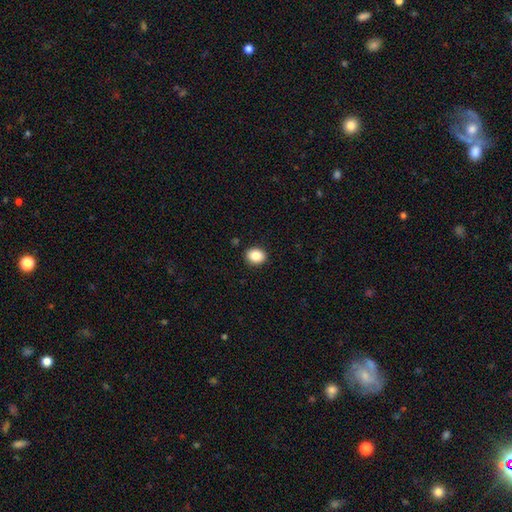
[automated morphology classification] smooth 87%, star or artifact 8%, featured or disk 5%. Down the decision tree: how rounded — round (53%); merging — none (91%).